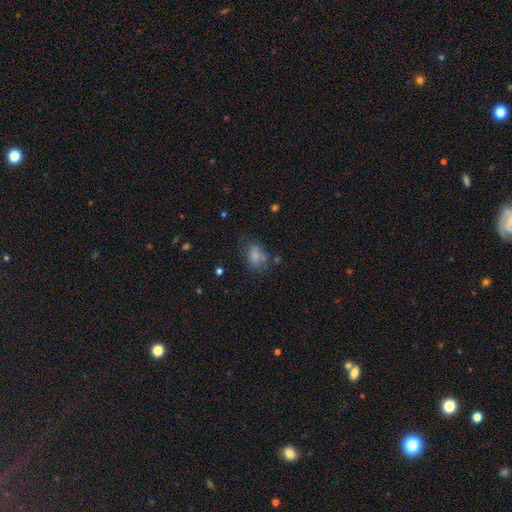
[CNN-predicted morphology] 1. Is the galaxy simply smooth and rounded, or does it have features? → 76% smooth, 13% featured or disk, 11% star or artifact.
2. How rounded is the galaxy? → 75% in between, 24% round, 1% cigar-shaped.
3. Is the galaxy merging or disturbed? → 53% none, 27% minor disturbance, 14% major disturbance, 6% merger.